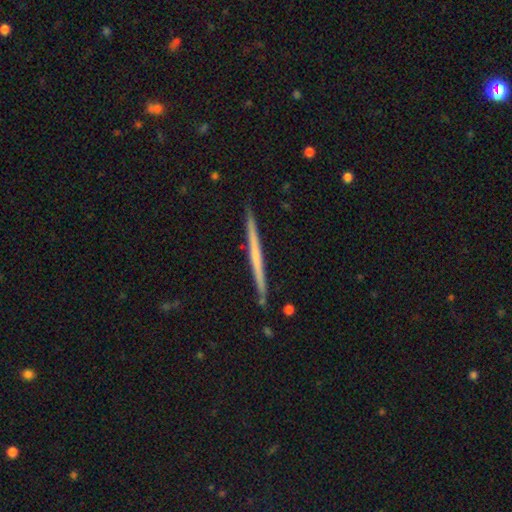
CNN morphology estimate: Smooth or featured: featured or disk — 58% (smooth — 37%)
Edge-on disk: yes — 98% (no — 2%)
Edge-on bulge: none — 86% (rounded — 10%)
Merging: none — 91% (minor disturbance — 7%)